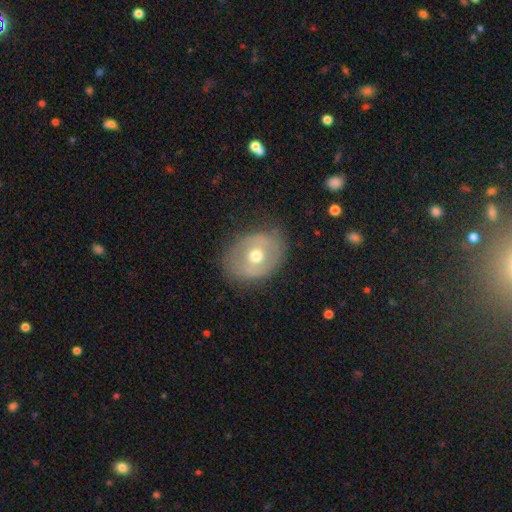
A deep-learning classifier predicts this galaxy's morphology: Smooth or featured? featured or disk (47%)
Merging? none (73%)